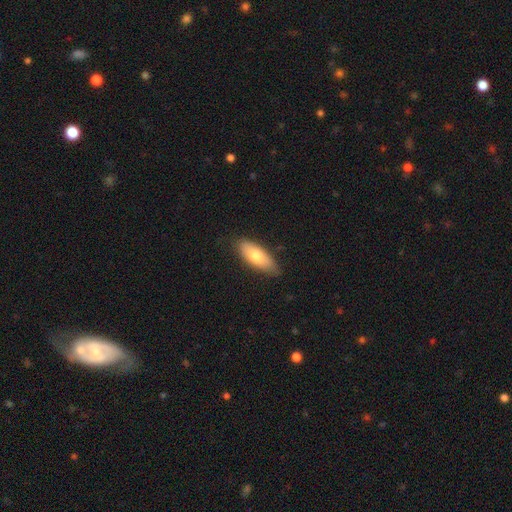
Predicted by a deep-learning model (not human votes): Overall: smooth (72%). How rounded: in between (73%). Merging: none (82%).